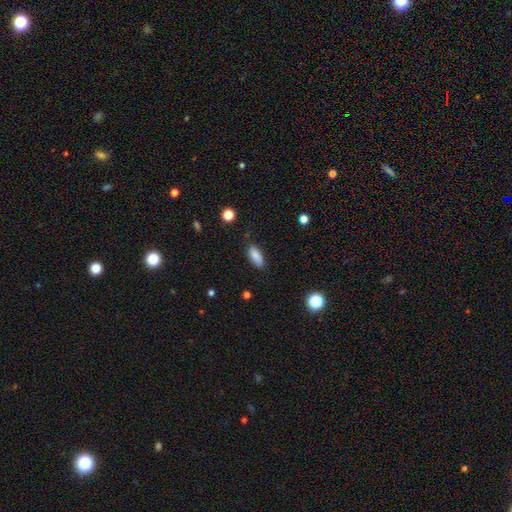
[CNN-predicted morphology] smooth 84%, featured or disk 8%, star or artifact 8%. Down the decision tree: how rounded — in between (82%); merging — none (77%).